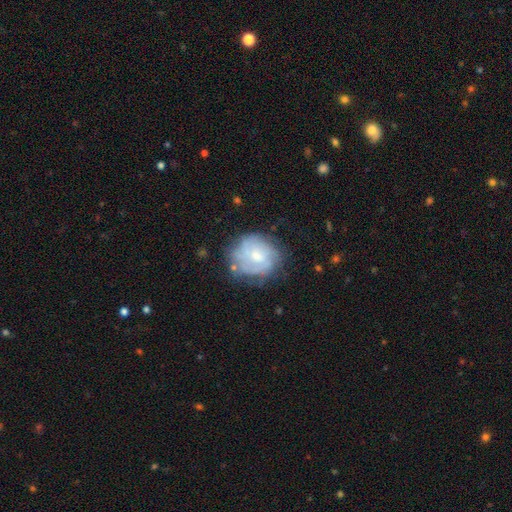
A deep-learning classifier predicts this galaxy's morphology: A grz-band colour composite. It shows a featured or disk galaxy (56%) with no bar (68%), spiral arms (61%) and a moderate central bulge (46%). Merging: none (59%).